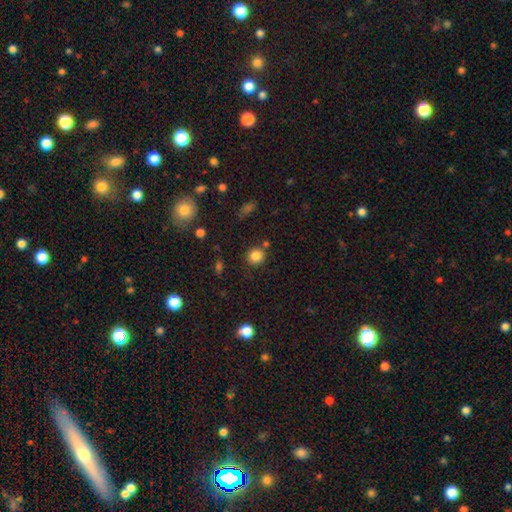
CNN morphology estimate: This appears to be a smooth galaxy with no disk features (84%) that is round (86%). Merging: none (78%).